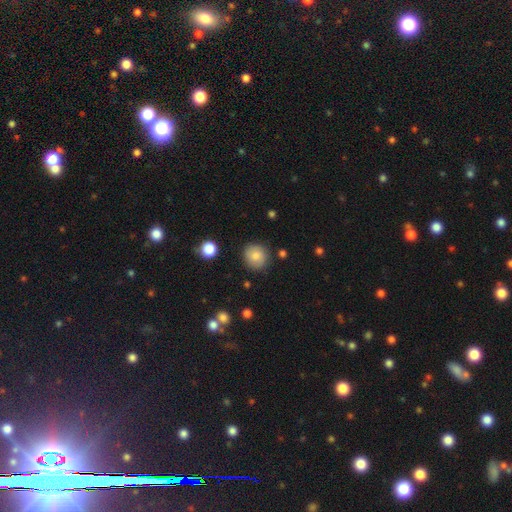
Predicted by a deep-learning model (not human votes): Smooth or featured? Predicted: smooth (p=0.80). How rounded? Predicted: round (p=0.91). Merging? Predicted: none (p=0.87).